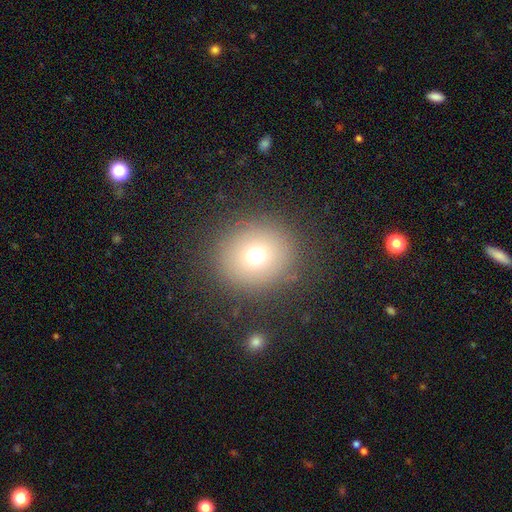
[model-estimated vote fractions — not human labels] Overall: smooth (70%). How rounded: round (89%). Merging: none (87%).